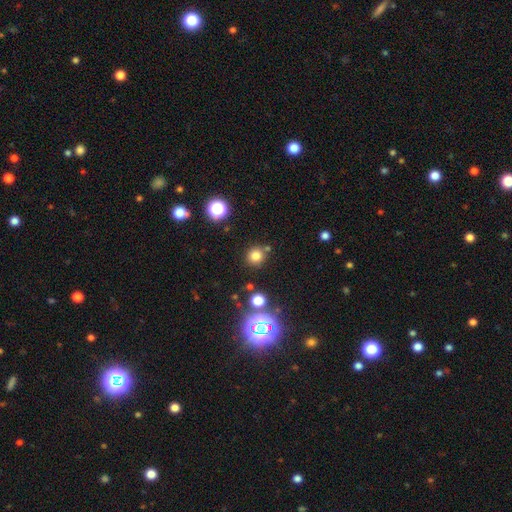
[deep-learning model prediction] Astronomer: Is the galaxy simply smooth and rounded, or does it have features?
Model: smooth — 75%.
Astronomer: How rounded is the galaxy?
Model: round — 90%.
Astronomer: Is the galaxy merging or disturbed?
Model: none — 81%.